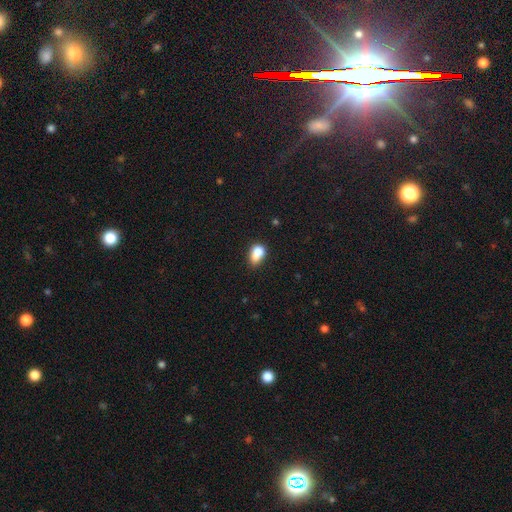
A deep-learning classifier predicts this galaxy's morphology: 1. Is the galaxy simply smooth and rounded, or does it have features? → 74% smooth, 15% featured or disk, 11% star or artifact.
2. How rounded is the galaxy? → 67% in between, 30% round, 2% cigar-shaped.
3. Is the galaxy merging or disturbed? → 34% merger, 33% none, 23% minor disturbance, 10% major disturbance.